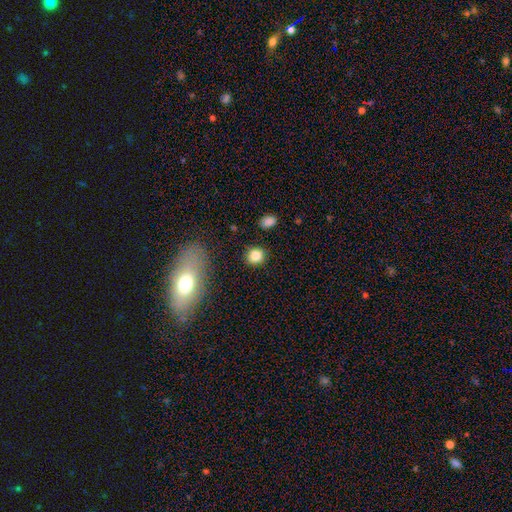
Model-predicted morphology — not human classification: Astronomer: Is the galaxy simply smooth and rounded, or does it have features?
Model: smooth — 84%.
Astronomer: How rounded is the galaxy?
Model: round — 75%.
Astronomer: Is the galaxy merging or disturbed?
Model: none — 86%.